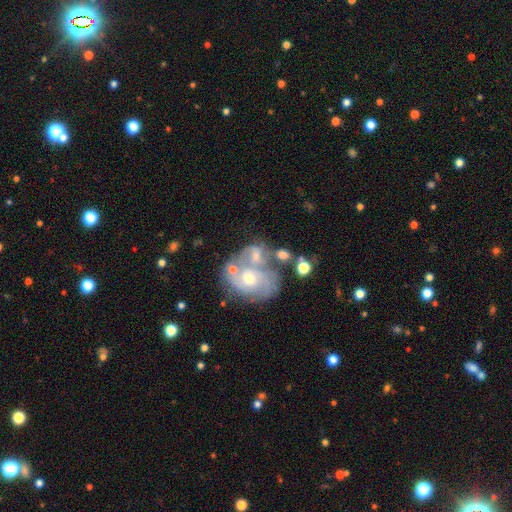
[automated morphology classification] Smooth or featured? Predicted: featured or disk (p=0.68). Edge-on disk? Predicted: no (p=0.97). Bar? Predicted: no (p=0.63). Spiral arms? Predicted: yes (p=0.83). Spiral winding? Predicted: medium (p=0.45). Spiral arm count? Predicted: 2 (p=0.44). Bulge size? Predicted: moderate (p=0.50). Merging? Predicted: merger (p=0.56).